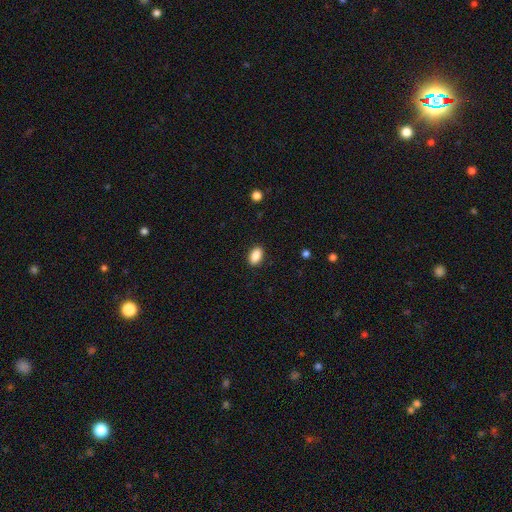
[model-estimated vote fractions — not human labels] This is clearly a smooth galaxy (89%). How rounded: clearly in between (89%). Merging: clearly none (90%).